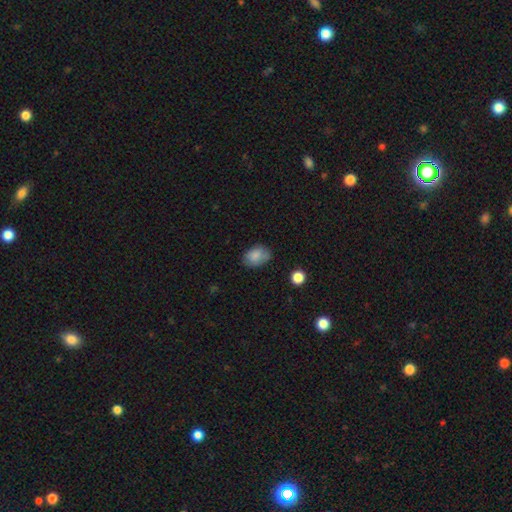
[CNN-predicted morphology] A smooth galaxy with no disk features (84%) that is in between round and cigar-shaped (81%).

Vote fractions:
- Smooth or featured? smooth: 84% / star or artifact: 8% / featured or disk: 8%
- How rounded? in between: 81% / round: 18% / cigar-shaped: 1%
- Merging? none: 69% / minor disturbance: 24% / major disturbance: 5% / merger: 2%